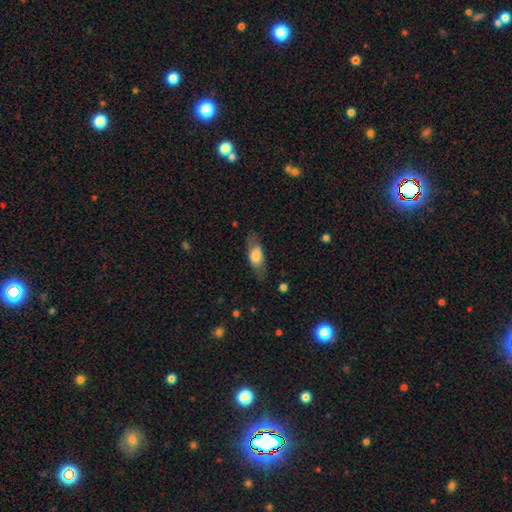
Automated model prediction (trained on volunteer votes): Q: Smooth or featured?
A: smooth (63%); runner-up: featured or disk (30%)
Q: How rounded?
A: in between (73%); runner-up: cigar-shaped (23%)
Q: Merging?
A: none (73%); runner-up: minor disturbance (18%)